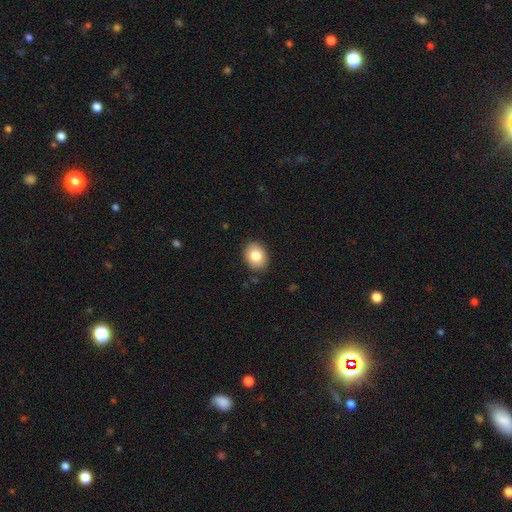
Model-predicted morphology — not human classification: Smooth or featured: smooth — 82% (featured or disk — 10%)
How rounded: in between — 55% (round — 44%)
Merging: none — 88% (minor disturbance — 9%)